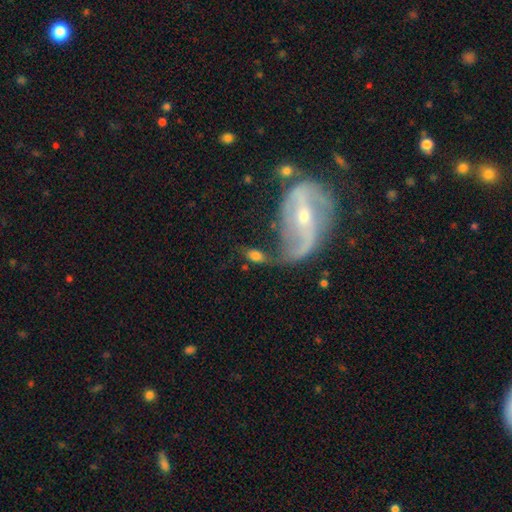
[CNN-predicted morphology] Smooth or featured?
  - smooth: 53% *
  - featured or disk: 36%
  - star or artifact: 11%
How rounded?
  - in between: 85% *
  - round: 10%
  - cigar-shaped: 5%
Merging?
  - none: 36% *
  - merger: 28%
  - minor disturbance: 18%
  - major disturbance: 18%